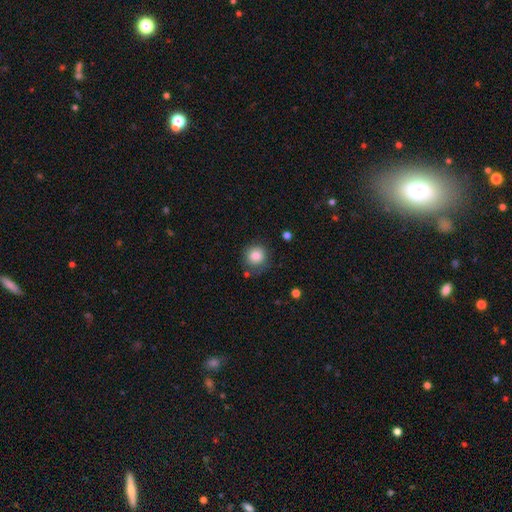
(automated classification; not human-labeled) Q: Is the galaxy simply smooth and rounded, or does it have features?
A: smooth — 84%.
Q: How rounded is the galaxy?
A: round — 91%.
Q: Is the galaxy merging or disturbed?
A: none — 76%.